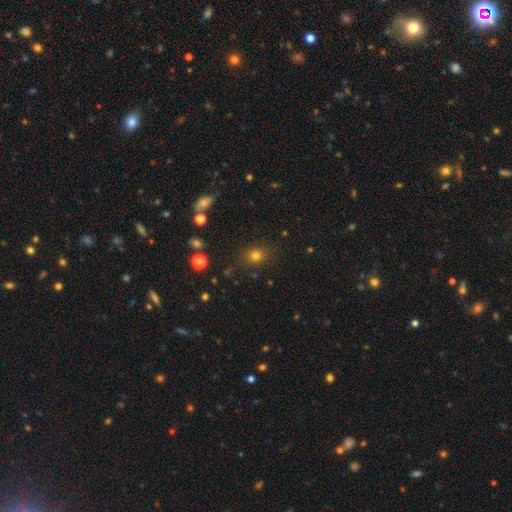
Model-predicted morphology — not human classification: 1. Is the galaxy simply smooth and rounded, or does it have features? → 77% smooth, 16% star or artifact, 7% featured or disk.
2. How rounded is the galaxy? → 66% round, 33% in between, 1% cigar-shaped.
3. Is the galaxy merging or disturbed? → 83% none, 11% minor disturbance, 4% major disturbance, 2% merger.